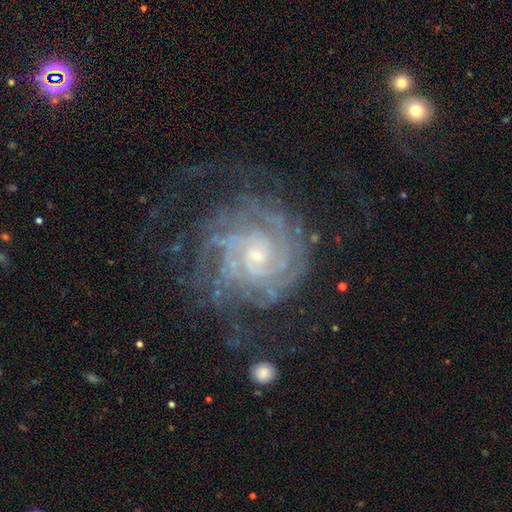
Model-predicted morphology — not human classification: Q: Smooth or featured?
A: featured or disk (89%); runner-up: star or artifact (6%)
Q: Edge-on disk?
A: no (98%); runner-up: yes (2%)
Q: Bar?
A: no (66%); runner-up: weak (27%)
Q: Spiral arms?
A: yes (97%); runner-up: no (3%)
Q: Spiral winding?
A: tight (74%); runner-up: medium (21%)
Q: Spiral arm count?
A: can't tell (31%); runner-up: 4 (18%)
Q: Bulge size?
A: small (67%); runner-up: moderate (28%)
Q: Merging?
A: none (64%); runner-up: minor disturbance (18%)